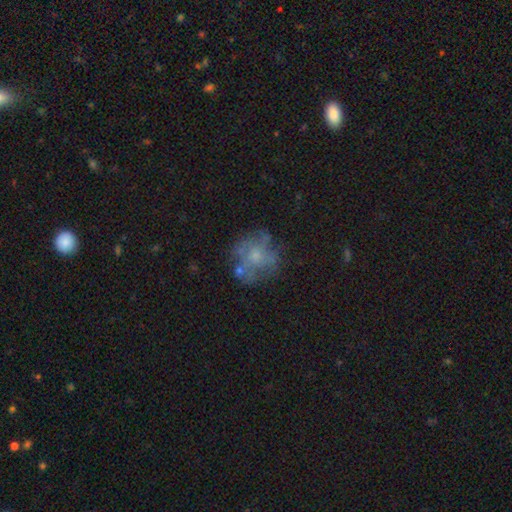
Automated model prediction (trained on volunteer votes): smooth_or_featured: featured or disk (p=0.51) [alt: smooth p=0.37]
disk_edge_on: no (p=0.98) [alt: yes p=0.02]
merging: none (p=0.58) [alt: minor disturbance p=0.20]